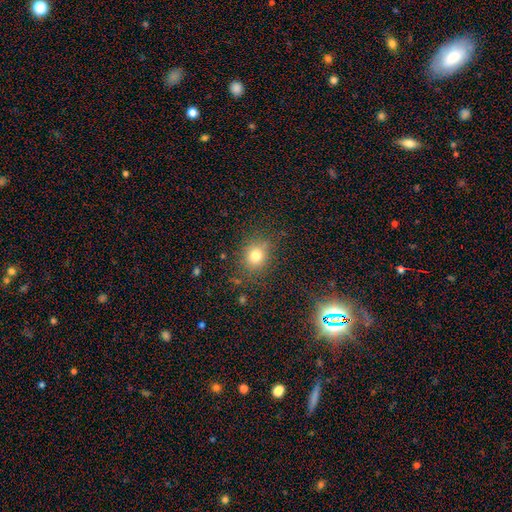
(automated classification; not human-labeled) The model was most divided on "how rounded": round: 69%, in between: 29%, cigar-shaped: 1%. More confident: merging — none (80%); smooth or featured — smooth (76%).